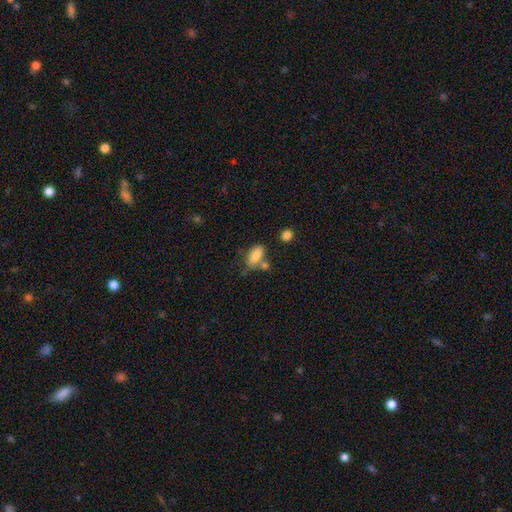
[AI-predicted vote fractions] The model was most divided on "merging": none: 58%, minor disturbance: 19%, merger: 17%, major disturbance: 6%. More confident: how rounded — in between (89%); smooth or featured — smooth (83%).